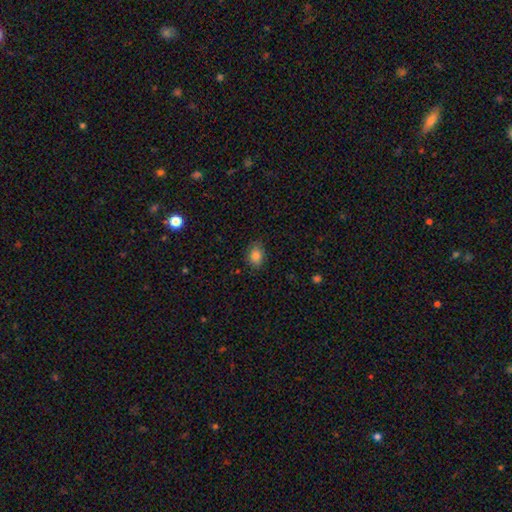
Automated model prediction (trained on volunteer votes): This appears to be a smooth galaxy with no disk features (85%) that is in between round and cigar-shaped (71%). Merging: none (81%).